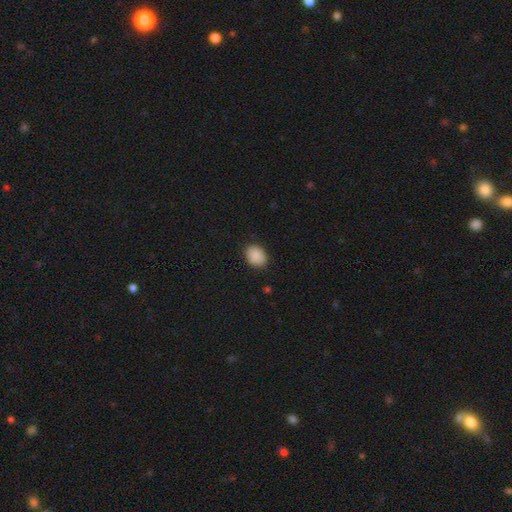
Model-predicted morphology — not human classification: A smooth galaxy with no disk features (89%) that is in between round and cigar-shaped (66%).

Vote fractions:
- Smooth or featured? smooth: 89% / star or artifact: 7% / featured or disk: 3%
- How rounded? in between: 66% / round: 33% / cigar-shaped: 1%
- Merging? none: 87% / minor disturbance: 10% / major disturbance: 2% / merger: 1%